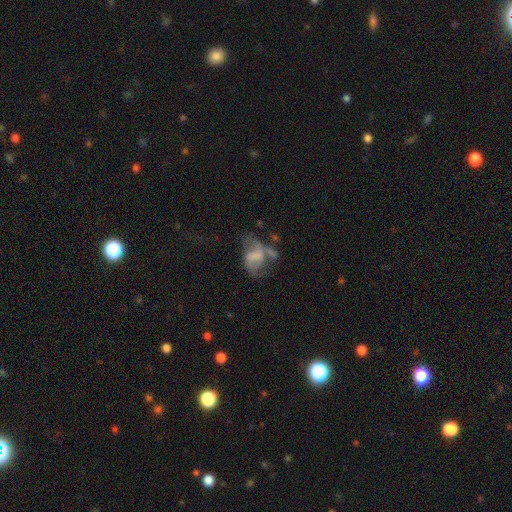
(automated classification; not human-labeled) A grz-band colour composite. It shows a featured or disk galaxy (51%). Merging: major disturbance (35%).